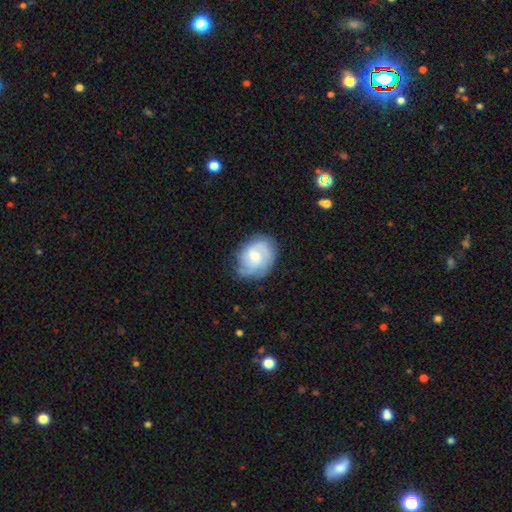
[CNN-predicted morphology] Q: Smooth or featured?
A: featured or disk (60%); runner-up: smooth (34%)
Q: Edge-on disk?
A: no (98%); runner-up: yes (2%)
Q: Bar?
A: no (54%); runner-up: weak (40%)
Q: Spiral arms?
A: yes (84%); runner-up: no (16%)
Q: Bulge size?
A: moderate (43%); runner-up: small (30%)
Q: Merging?
A: none (65%); runner-up: minor disturbance (24%)